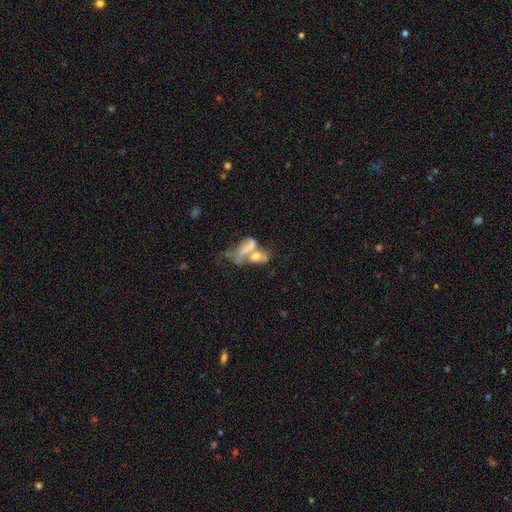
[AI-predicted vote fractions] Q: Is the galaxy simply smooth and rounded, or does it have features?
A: featured or disk — 50%.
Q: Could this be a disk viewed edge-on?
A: no — 81%.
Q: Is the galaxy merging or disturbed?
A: merger — 50%.